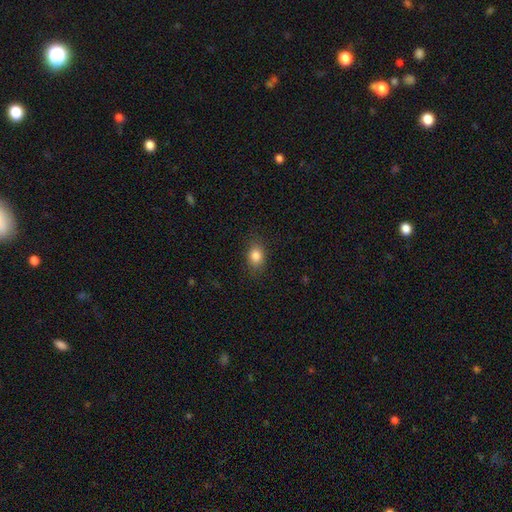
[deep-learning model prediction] Smooth or featured?
  - smooth: 84% *
  - star or artifact: 10%
  - featured or disk: 6%
How rounded?
  - in between: 65% *
  - round: 34%
  - cigar-shaped: 2%
Merging?
  - none: 85% *
  - minor disturbance: 11%
  - major disturbance: 3%
  - merger: 1%